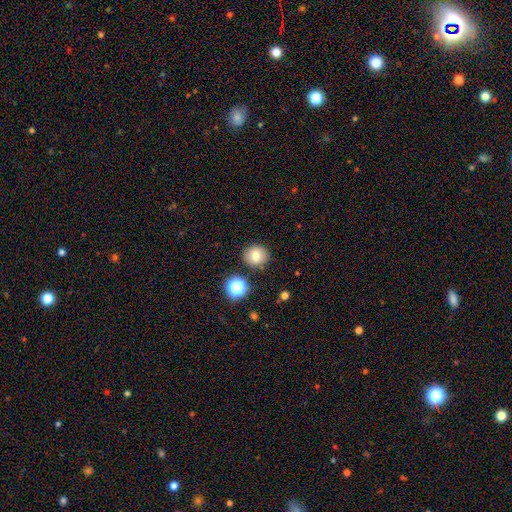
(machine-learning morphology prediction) smooth_or_featured: smooth (p=0.77) [alt: star or artifact p=0.13]
how_rounded: round (p=0.87) [alt: in between p=0.12]
merging: none (p=0.85) [alt: minor disturbance p=0.08]